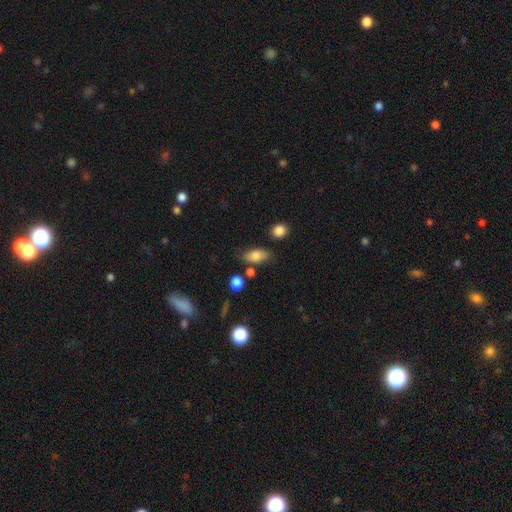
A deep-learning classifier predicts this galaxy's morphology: Smooth or featured: smooth — 78% (featured or disk — 14%)
How rounded: in between — 85% (cigar-shaped — 8%)
Merging: none — 73% (minor disturbance — 17%)